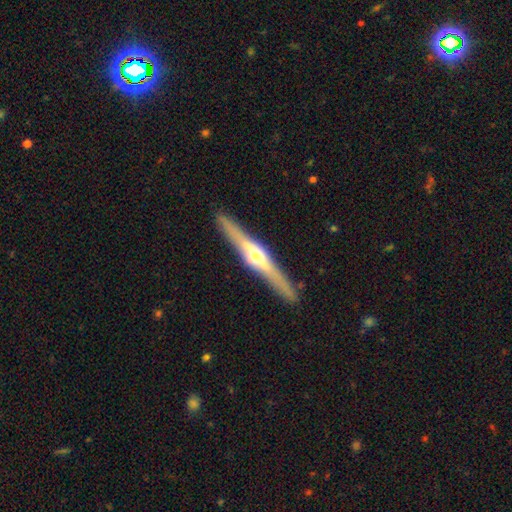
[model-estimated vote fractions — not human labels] featured or disk 77%, smooth 18%, star or artifact 5%. Down the decision tree: edge-on disk — yes (97%); edge-on bulge — rounded (92%); merging — none (89%).